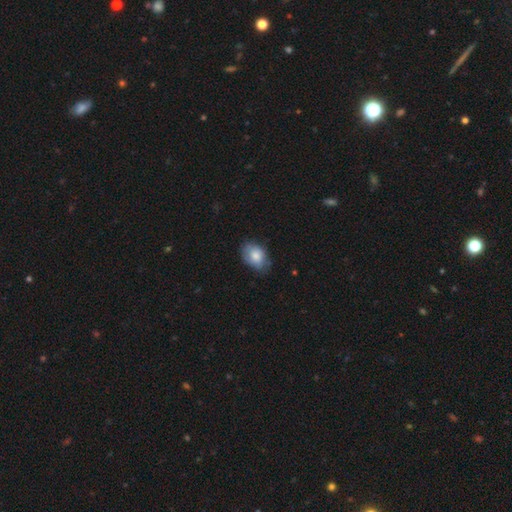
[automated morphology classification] type=smooth (79%); roundness=in between (81%); merging=none (66%).